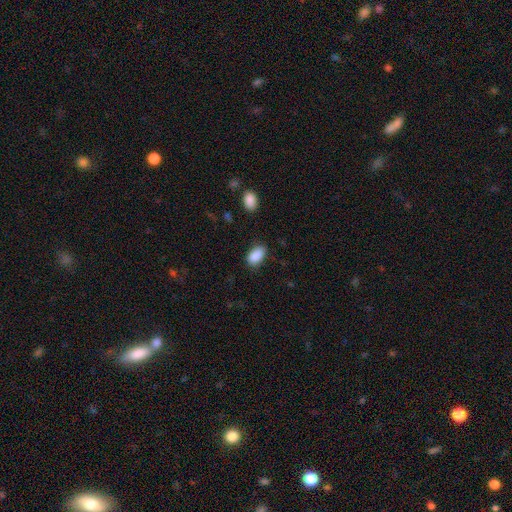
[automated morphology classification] smooth 89%, star or artifact 7%, featured or disk 4%. Down the decision tree: how rounded — in between (93%); merging — none (78%).